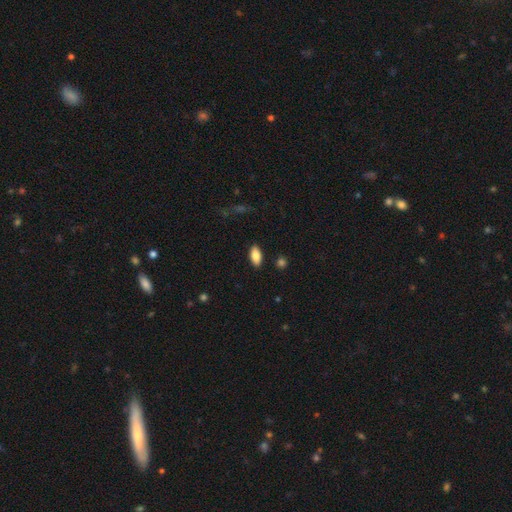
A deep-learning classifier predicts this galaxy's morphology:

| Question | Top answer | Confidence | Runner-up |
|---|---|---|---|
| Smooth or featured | smooth | 84% | featured or disk (9%) |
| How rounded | in between | 90% | cigar-shaped (8%) |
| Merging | none | 87% | minor disturbance (9%) |